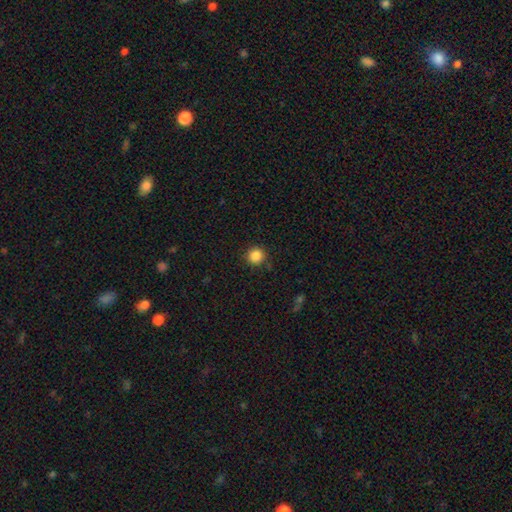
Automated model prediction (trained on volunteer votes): A smooth galaxy with no disk features (86%) that is round (94%). Merging: none (90%).